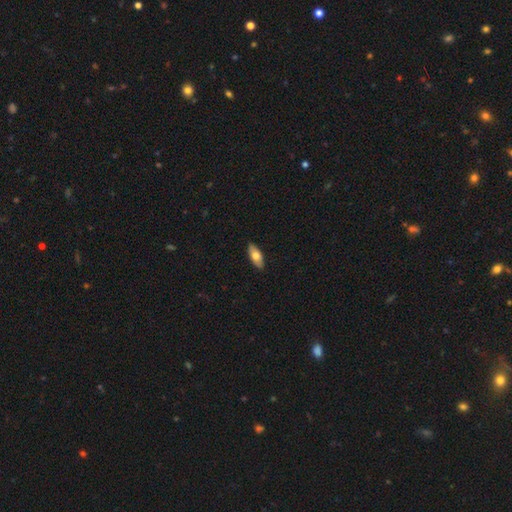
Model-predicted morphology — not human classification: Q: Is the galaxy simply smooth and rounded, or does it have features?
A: smooth — 70%.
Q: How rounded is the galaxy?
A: in between — 84%.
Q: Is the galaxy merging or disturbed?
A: none — 89%.